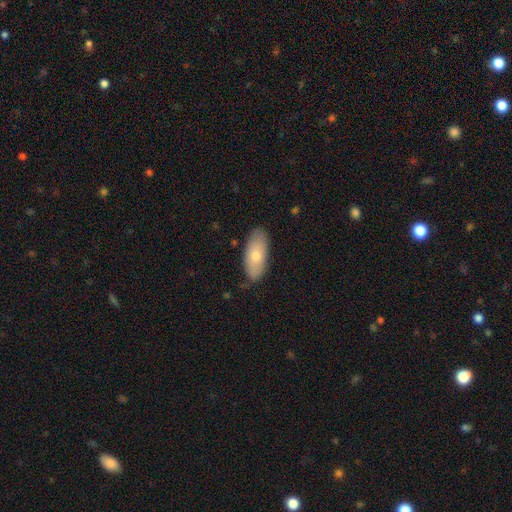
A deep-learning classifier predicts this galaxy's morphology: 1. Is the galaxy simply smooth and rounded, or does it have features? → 75% smooth, 19% featured or disk, 6% star or artifact.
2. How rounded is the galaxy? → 87% in between, 11% cigar-shaped, 2% round.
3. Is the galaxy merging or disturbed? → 81% none, 15% minor disturbance, 3% major disturbance, 1% merger.